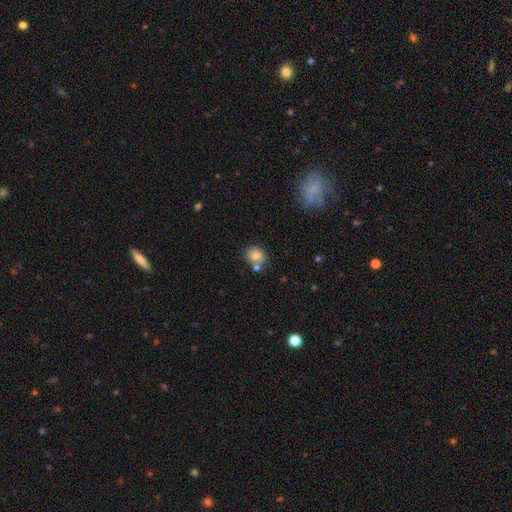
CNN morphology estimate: A smooth galaxy with no disk features (78%) that is round (68%).

Vote fractions:
- Smooth or featured? smooth: 78% / featured or disk: 12% / star or artifact: 10%
- How rounded? round: 68% / in between: 31% / cigar-shaped: 1%
- Merging? none: 62% / merger: 20% / minor disturbance: 14% / major disturbance: 4%